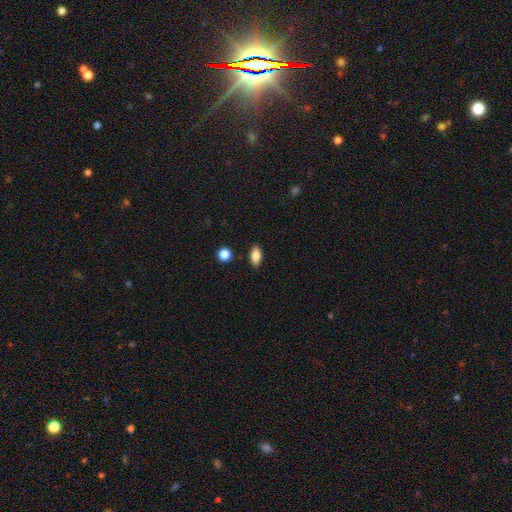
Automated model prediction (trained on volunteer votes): Overall: smooth (83%). How rounded: in between (87%). Merging: none (87%).